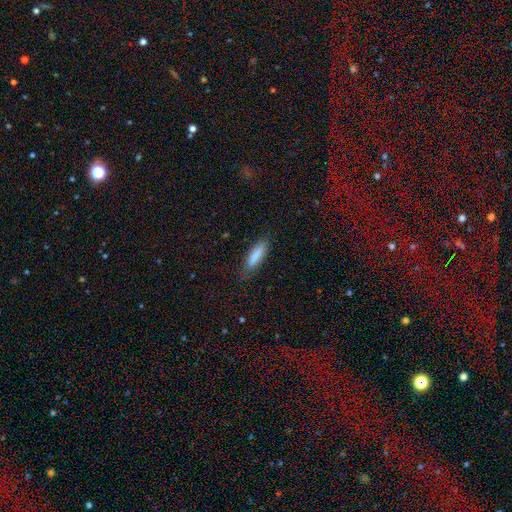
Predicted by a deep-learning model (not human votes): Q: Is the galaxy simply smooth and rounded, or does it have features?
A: smooth — 85%.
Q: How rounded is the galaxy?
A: cigar-shaped — 58%.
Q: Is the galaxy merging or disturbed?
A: none — 80%.